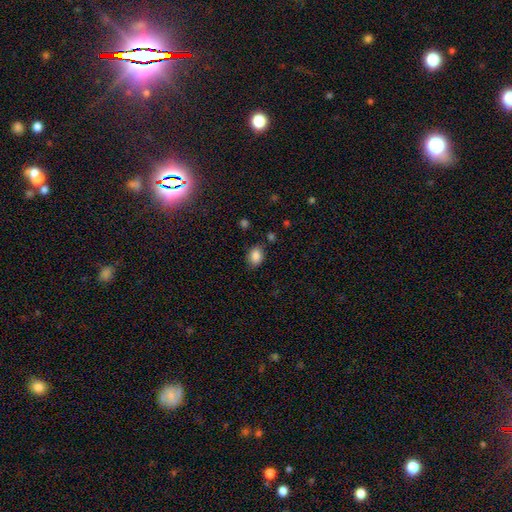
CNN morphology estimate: type=smooth (86%); roundness=in between (70%); merging=none (79%).